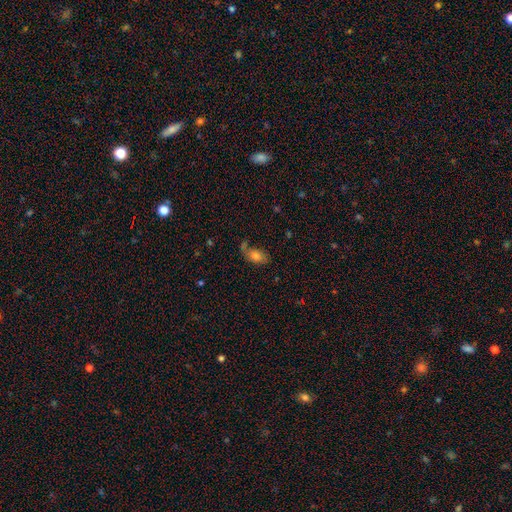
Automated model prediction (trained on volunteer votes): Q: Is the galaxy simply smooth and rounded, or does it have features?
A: smooth — 71%.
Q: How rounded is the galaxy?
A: in between — 88%.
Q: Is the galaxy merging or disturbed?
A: none — 47%.